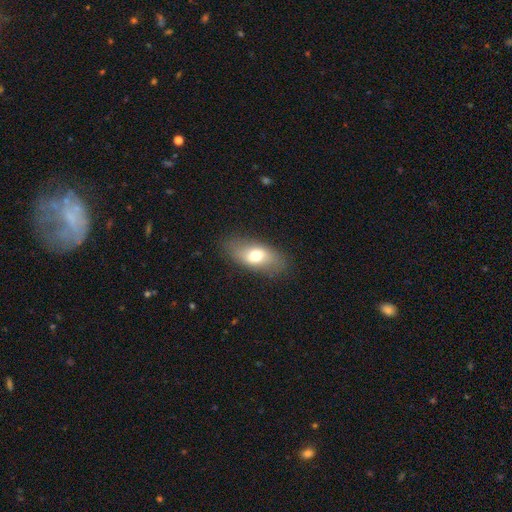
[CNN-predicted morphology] smooth 67%, featured or disk 25%, star or artifact 8%. Down the decision tree: how rounded — in between (86%); merging — none (82%).